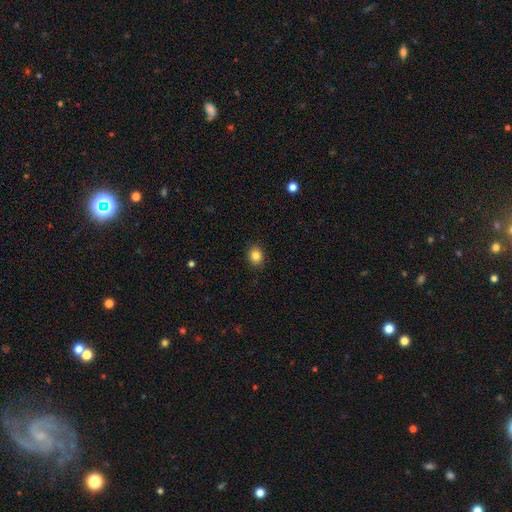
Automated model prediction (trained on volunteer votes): A smooth galaxy with no disk features (84%) that is round (65%). Merging: none (90%).